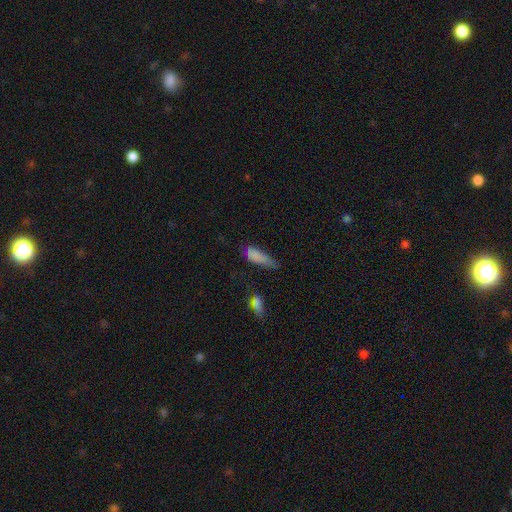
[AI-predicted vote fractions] smooth 76%, featured or disk 12%, star or artifact 11%. Down the decision tree: how rounded — in between (56%); merging — minor disturbance (36%).